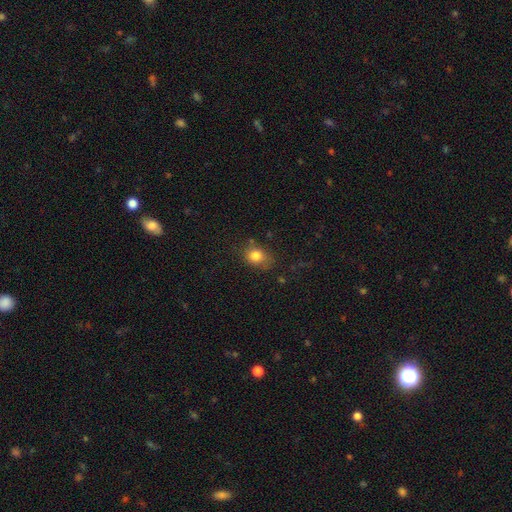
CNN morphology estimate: Smooth or featured?
  - smooth: 82% *
  - star or artifact: 11%
  - featured or disk: 8%
How rounded?
  - round: 57% *
  - in between: 42%
  - cigar-shaped: 1%
Merging?
  - none: 66% *
  - minor disturbance: 23%
  - major disturbance: 7%
  - merger: 3%